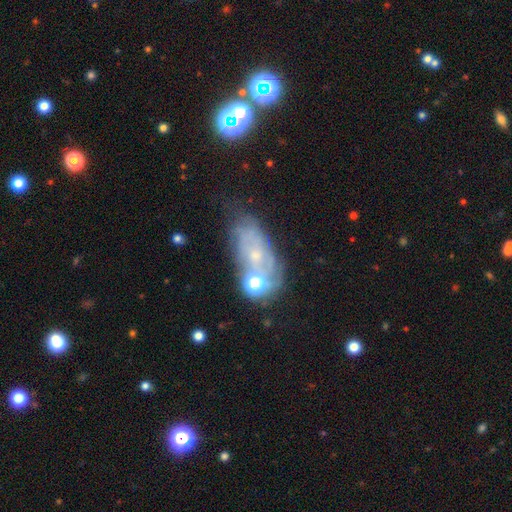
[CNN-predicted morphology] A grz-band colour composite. It shows a featured or disk galaxy (59%) with no bar (78%), spiral arms (70%) and a small central bulge (69%). Merging: none (49%).